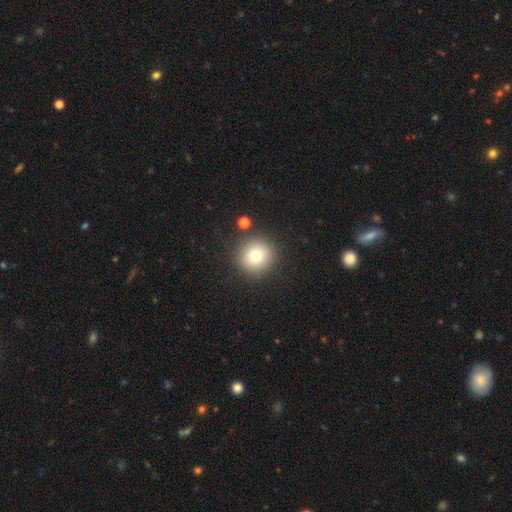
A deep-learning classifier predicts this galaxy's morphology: smooth 78%, star or artifact 12%, featured or disk 10%. Down the decision tree: how rounded — round (94%); merging — none (87%).